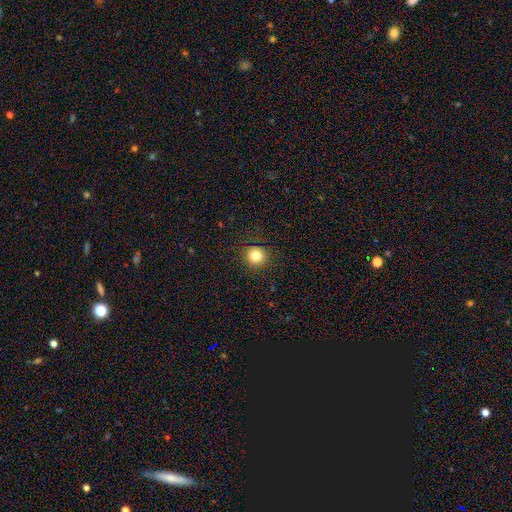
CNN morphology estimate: smooth_or_featured: smooth (p=0.81) [alt: star or artifact p=0.12]
how_rounded: round (p=0.94) [alt: in between p=0.05]
merging: none (p=0.92) [alt: minor disturbance p=0.05]